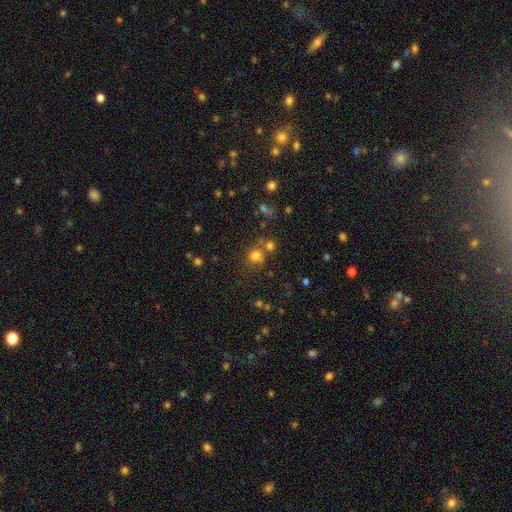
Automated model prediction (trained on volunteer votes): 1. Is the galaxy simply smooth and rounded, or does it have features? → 73% smooth, 19% star or artifact, 9% featured or disk.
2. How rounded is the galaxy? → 87% round, 12% in between, 1% cigar-shaped.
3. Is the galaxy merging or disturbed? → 62% none, 23% merger, 10% minor disturbance, 5% major disturbance.